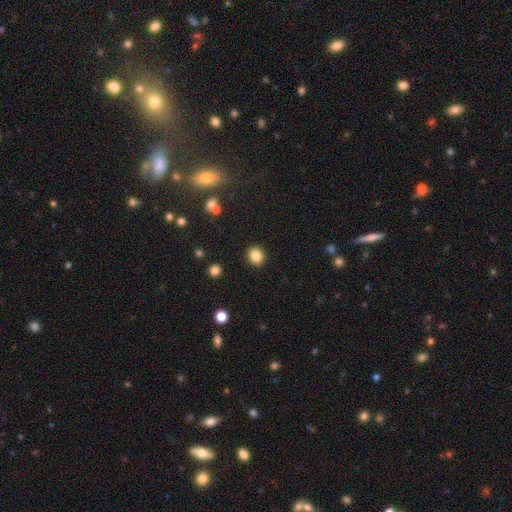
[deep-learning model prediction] Smooth or featured? smooth (84%)
How rounded? round (78%)
Merging? none (91%)